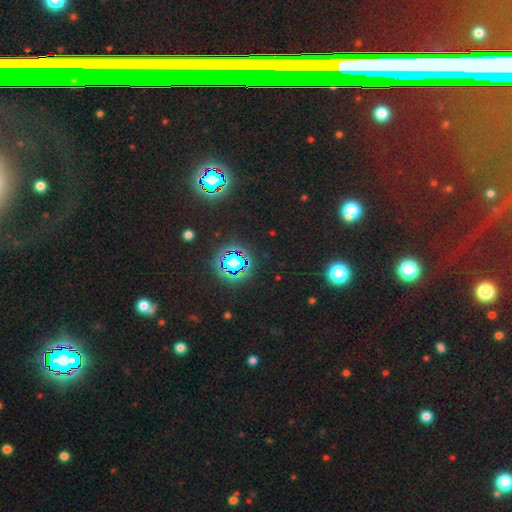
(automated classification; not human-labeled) A star or artifact, not a galaxy (69%).

Vote fractions:
- Smooth or featured? star or artifact: 69% / smooth: 17% / featured or disk: 15%